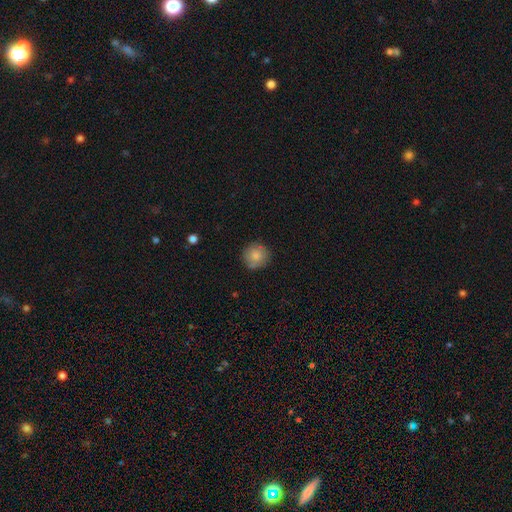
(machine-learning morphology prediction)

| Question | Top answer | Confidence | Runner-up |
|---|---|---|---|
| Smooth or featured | smooth | 83% | featured or disk (9%) |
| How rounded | round | 94% | in between (5%) |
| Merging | none | 83% | minor disturbance (12%) |